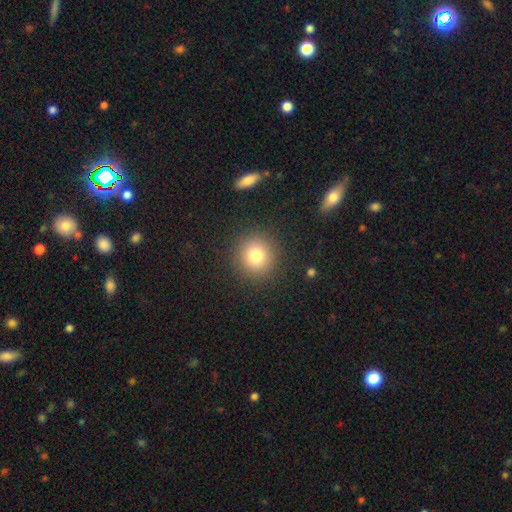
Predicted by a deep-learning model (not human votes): Smooth or featured? smooth (79%)
How rounded? round (93%)
Merging? none (89%)